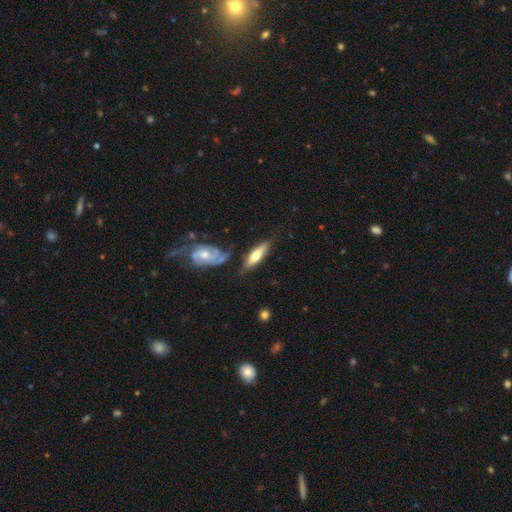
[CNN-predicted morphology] This is possibly a smooth galaxy (48%). Merging: possibly none (59%).